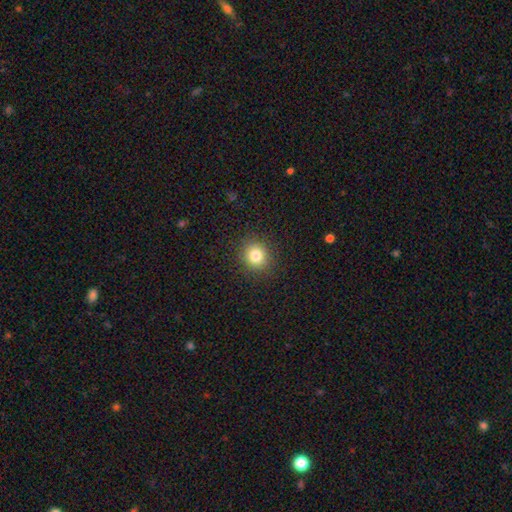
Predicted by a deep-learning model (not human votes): This is clearly a smooth galaxy (81%). How rounded: clearly round (85%). Merging: clearly none (90%).